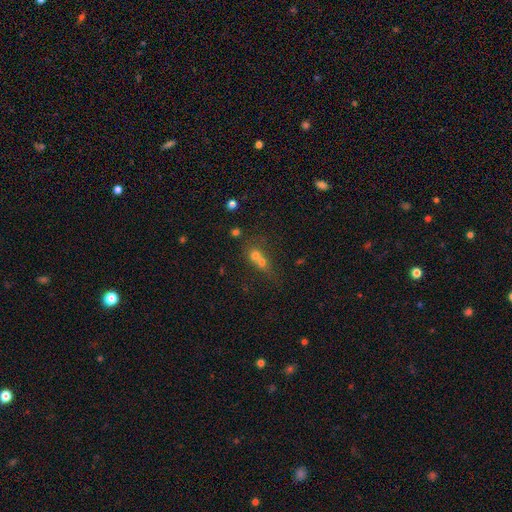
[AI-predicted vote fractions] smooth 60%, featured or disk 21%, star or artifact 18%. Down the decision tree: how rounded — round (72%); merging — merger (65%).